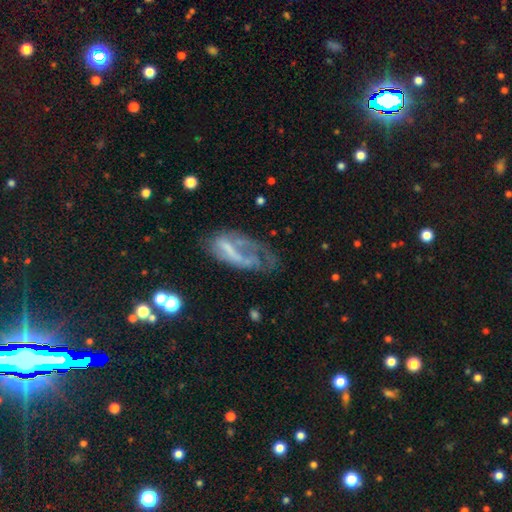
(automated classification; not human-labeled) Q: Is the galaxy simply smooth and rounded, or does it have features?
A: featured or disk — 55%.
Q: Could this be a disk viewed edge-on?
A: no — 89%.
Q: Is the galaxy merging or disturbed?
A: major disturbance — 40%.